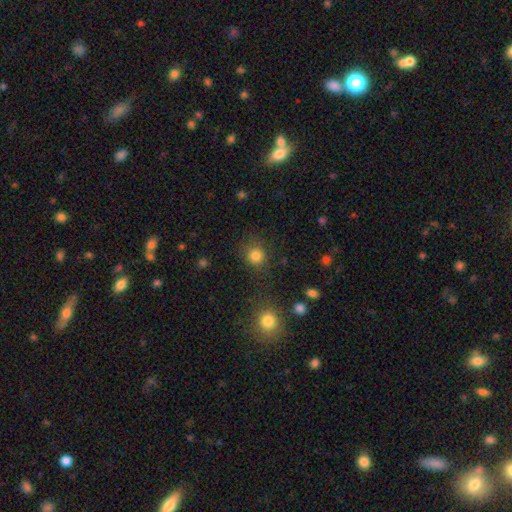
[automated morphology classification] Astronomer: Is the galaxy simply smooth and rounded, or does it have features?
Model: smooth — 81%.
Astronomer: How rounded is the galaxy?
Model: round — 88%.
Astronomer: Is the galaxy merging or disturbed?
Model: none — 80%.